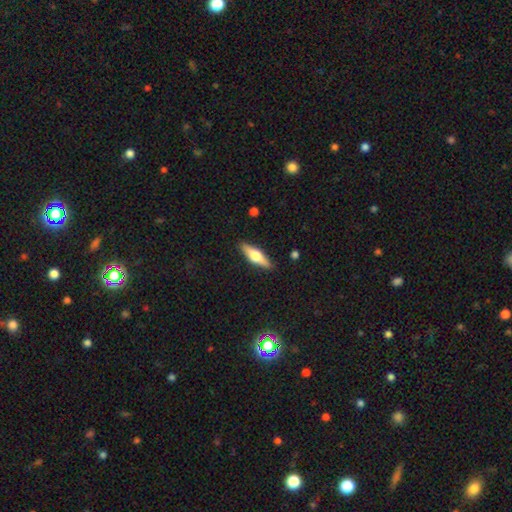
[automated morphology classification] Smooth or featured: featured or disk — 50% (smooth — 44%)
Merging: none — 89% (minor disturbance — 8%)